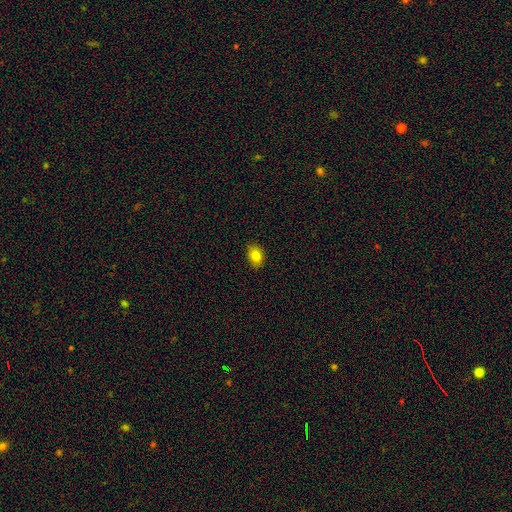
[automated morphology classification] Overall: smooth (81%). How rounded: in between (72%). Merging: none (88%).